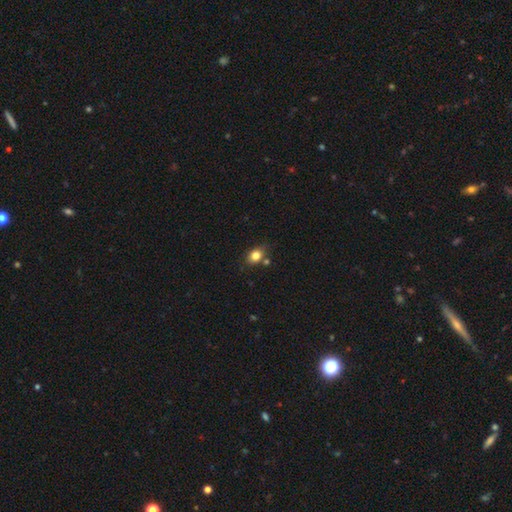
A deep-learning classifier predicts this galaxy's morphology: Smooth or featured? smooth (82%)
How rounded? in between (68%)
Merging? none (69%)